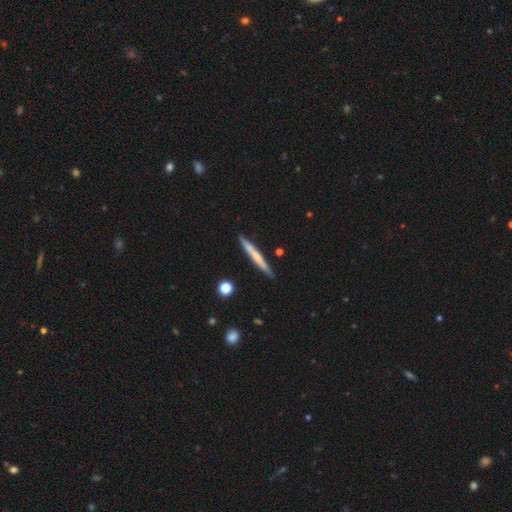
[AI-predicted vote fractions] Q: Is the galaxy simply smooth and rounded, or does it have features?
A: smooth — 53%.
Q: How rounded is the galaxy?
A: cigar-shaped — 96%.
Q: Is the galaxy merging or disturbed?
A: none — 88%.